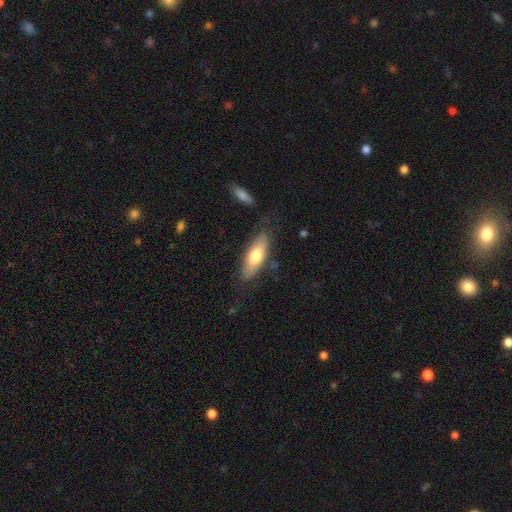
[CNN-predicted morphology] Smooth or featured?
  - smooth: 67% *
  - featured or disk: 28%
  - star or artifact: 6%
How rounded?
  - in between: 63% *
  - cigar-shaped: 35%
  - round: 2%
Merging?
  - none: 77% *
  - minor disturbance: 16%
  - major disturbance: 4%
  - merger: 2%